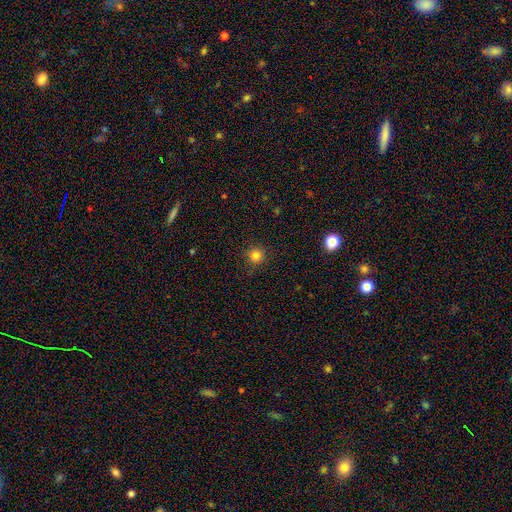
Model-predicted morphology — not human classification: Smooth or featured? Predicted: smooth (p=0.82). How rounded? Predicted: round (p=0.94). Merging? Predicted: none (p=0.87).